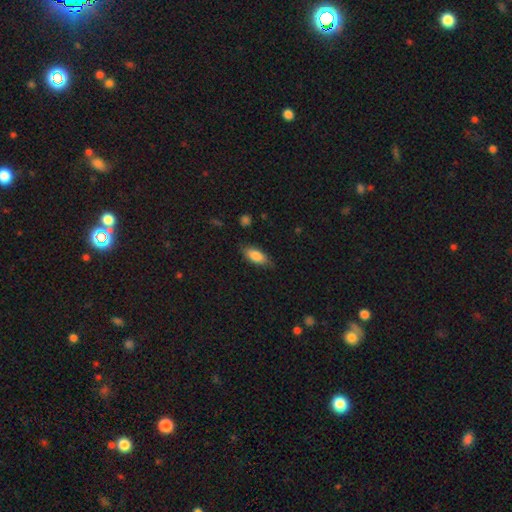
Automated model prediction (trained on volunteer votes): A smooth galaxy with no disk features (82%) that is in between round and cigar-shaped (82%).

Vote fractions:
- Smooth or featured? smooth: 82% / featured or disk: 11% / star or artifact: 7%
- How rounded? in between: 82% / cigar-shaped: 16% / round: 3%
- Merging? none: 77% / minor disturbance: 18% / major disturbance: 4% / merger: 1%